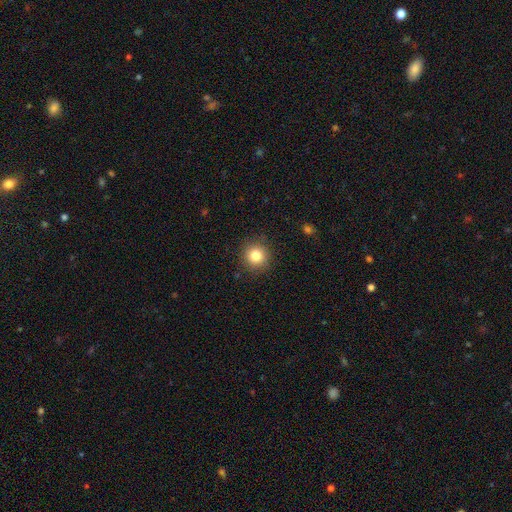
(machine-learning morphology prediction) Smooth or featured? Predicted: smooth (p=0.82). How rounded? Predicted: round (p=0.93). Merging? Predicted: none (p=0.89).